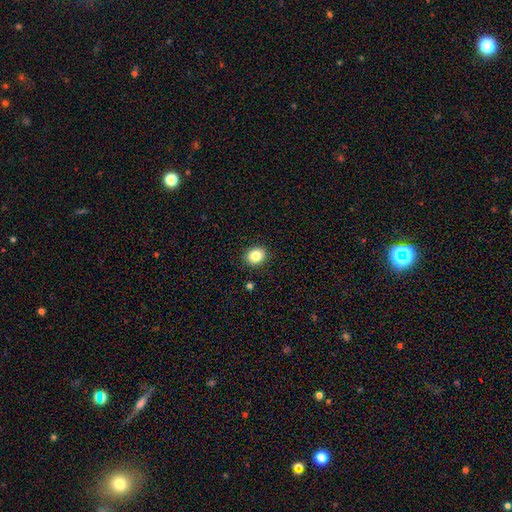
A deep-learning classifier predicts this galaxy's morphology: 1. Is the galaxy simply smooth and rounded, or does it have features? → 83% smooth, 10% star or artifact, 7% featured or disk.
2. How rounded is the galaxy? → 64% round, 36% in between, 1% cigar-shaped.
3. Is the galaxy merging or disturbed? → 90% none, 7% minor disturbance, 2% major disturbance, 1% merger.